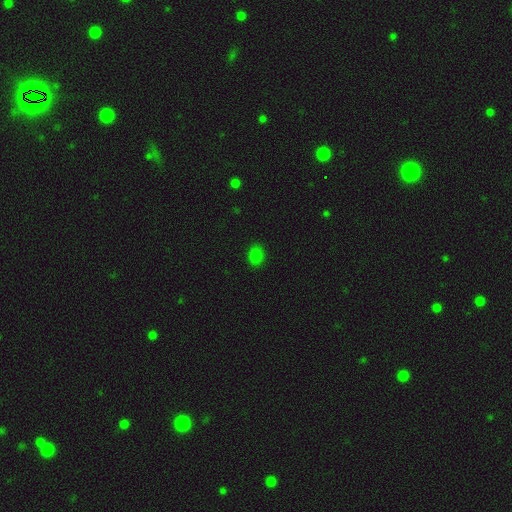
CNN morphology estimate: A smooth galaxy with no disk features (82%) that is in between round and cigar-shaped (58%).

Vote fractions:
- Smooth or featured? smooth: 82% / star or artifact: 15% / featured or disk: 3%
- How rounded? in between: 58% / round: 40% / cigar-shaped: 1%
- Merging? none: 88% / minor disturbance: 9% / major disturbance: 2% / merger: 1%